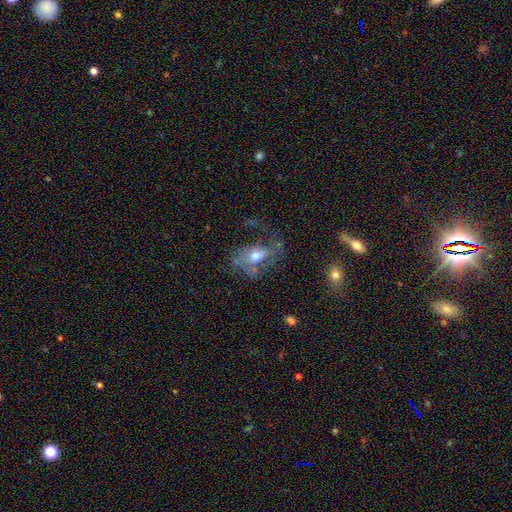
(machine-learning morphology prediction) Smooth or featured: featured or disk — 49% (smooth — 40%)
Merging: major disturbance — 42% (none — 31%)